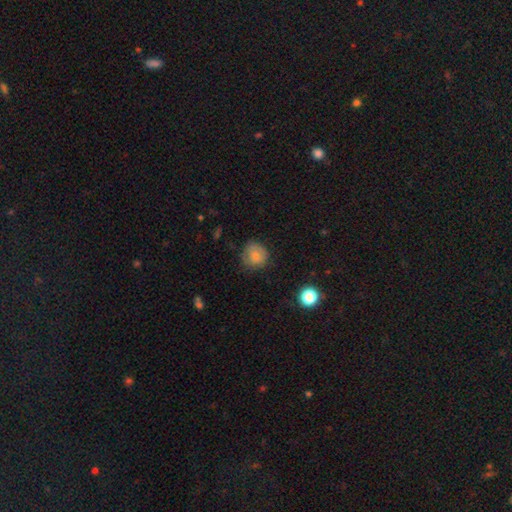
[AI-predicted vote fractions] Overall: smooth (77%). How rounded: round (84%). Merging: none (69%).